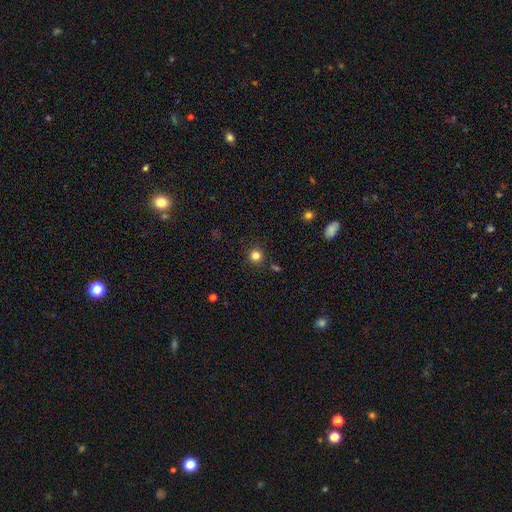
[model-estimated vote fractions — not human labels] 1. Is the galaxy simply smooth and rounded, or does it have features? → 81% smooth, 14% star or artifact, 5% featured or disk.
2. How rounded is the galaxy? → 95% round, 4% in between, 1% cigar-shaped.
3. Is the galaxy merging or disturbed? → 89% none, 6% minor disturbance, 2% merger, 2% major disturbance.